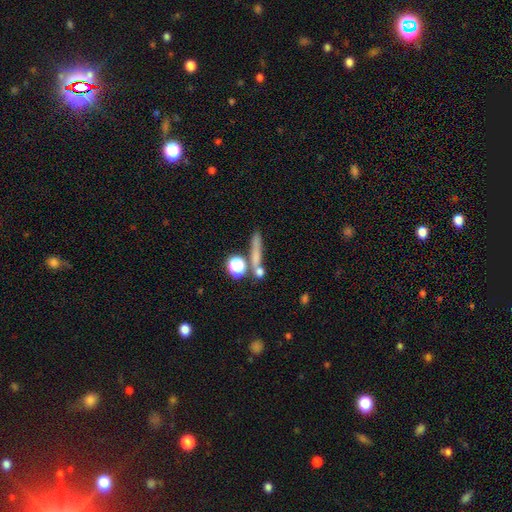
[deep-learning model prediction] Overall: smooth (58%; featured or disk 22%). How rounded: cigar-shaped (59%; round 26%). Merging: none (66%).